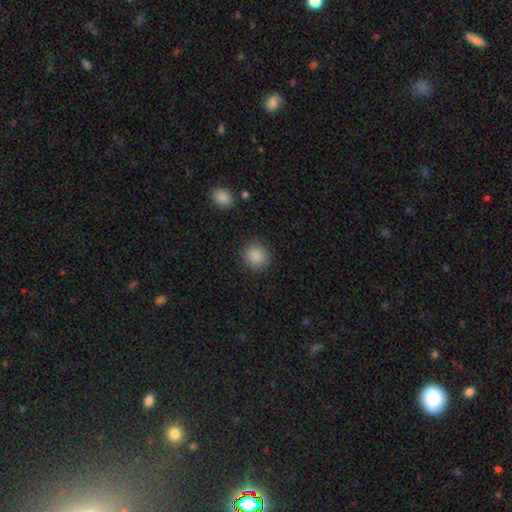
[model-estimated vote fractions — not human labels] smooth 88%, star or artifact 8%, featured or disk 3%. Down the decision tree: how rounded — round (86%); merging — none (89%).